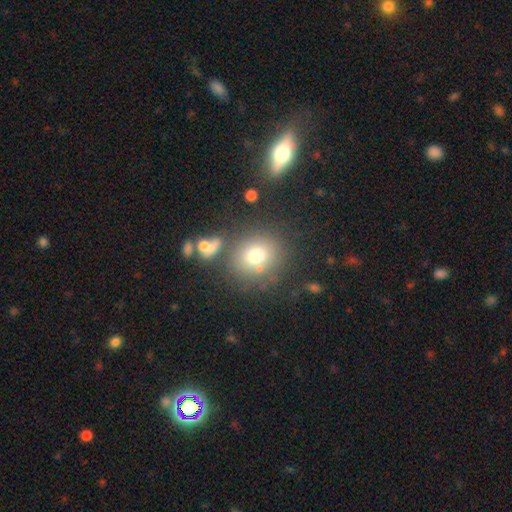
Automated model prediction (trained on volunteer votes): The model was most divided on "how rounded": round: 78%, in between: 21%, cigar-shaped: 1%. More confident: smooth or featured — smooth (73%); merging — none (71%).